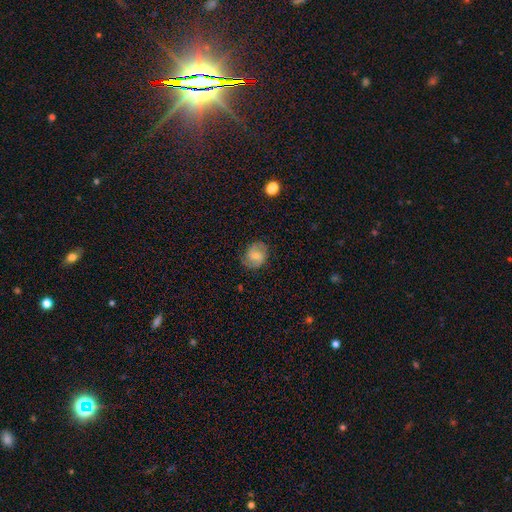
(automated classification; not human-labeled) Smooth or featured: smooth — 47% (featured or disk — 45%)
Merging: none — 73% (minor disturbance — 19%)